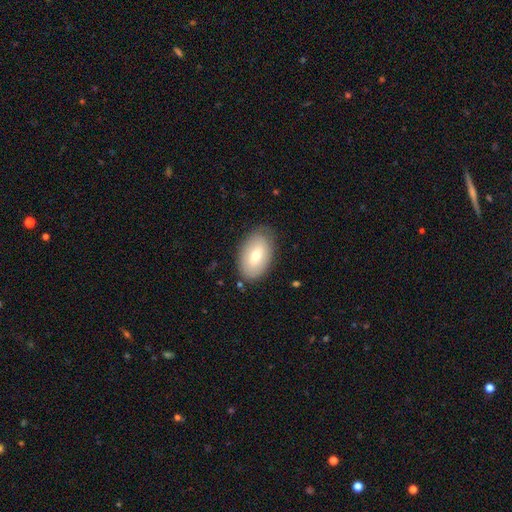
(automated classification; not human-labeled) smooth-or-featured: smooth: 70% | featured or disk: 24% | star or artifact: 7%
  how-rounded: in between: 92% | round: 7% | cigar-shaped: 1%
  merging: none: 81% | minor disturbance: 14% | major disturbance: 4% | merger: 2%